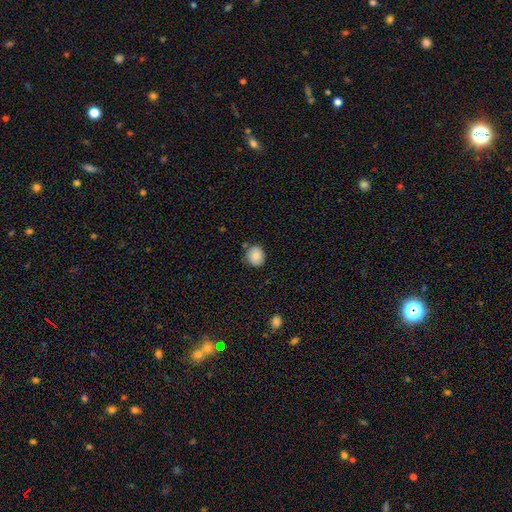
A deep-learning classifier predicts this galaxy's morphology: Smooth or featured? Predicted: smooth (p=0.86). How rounded? Predicted: round (p=0.75). Merging? Predicted: none (p=0.80).